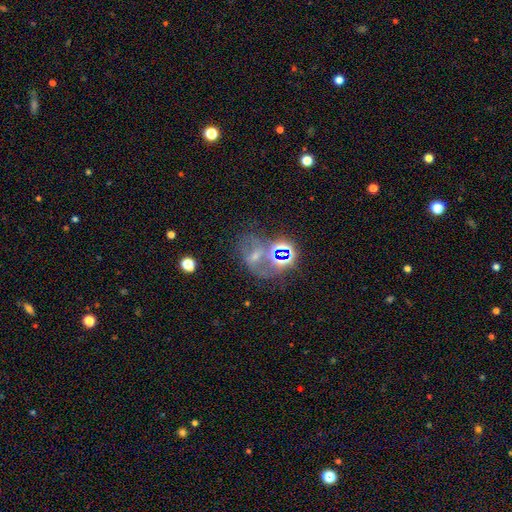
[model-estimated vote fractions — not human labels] featured or disk 41%, star or artifact 34%, smooth 25%. Down the decision tree: merging — none (44%).